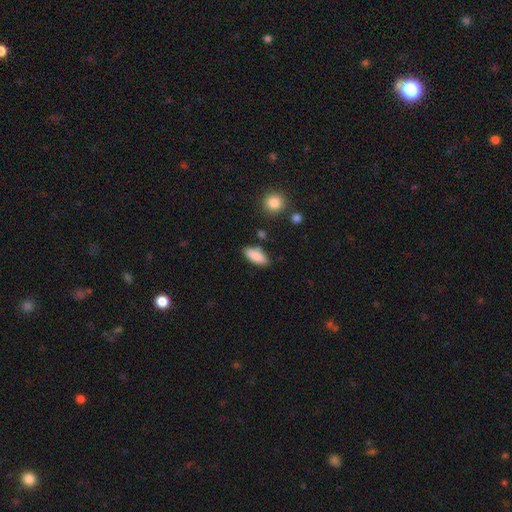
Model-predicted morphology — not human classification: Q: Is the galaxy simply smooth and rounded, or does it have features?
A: smooth — 87%.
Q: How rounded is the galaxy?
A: in between — 80%.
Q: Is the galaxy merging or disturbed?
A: none — 80%.